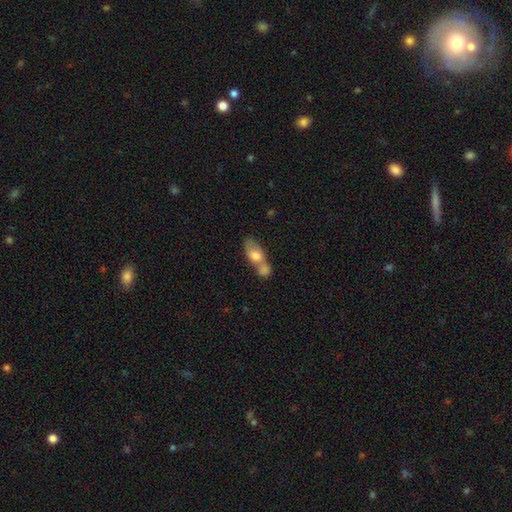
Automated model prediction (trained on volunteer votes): smooth-or-featured: smooth: 70% | featured or disk: 23% | star or artifact: 7%
  how-rounded: in between: 78% | round: 12% | cigar-shaped: 10%
  merging: merger: 66% | none: 21% | minor disturbance: 9% | major disturbance: 5%